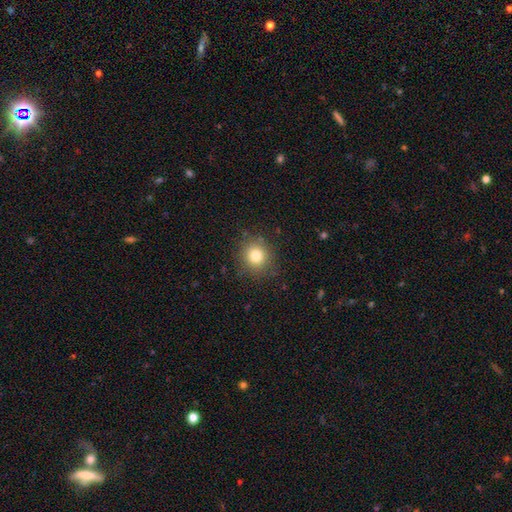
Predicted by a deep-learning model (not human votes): Overall: smooth (80%). How rounded: round (89%). Merging: none (86%).